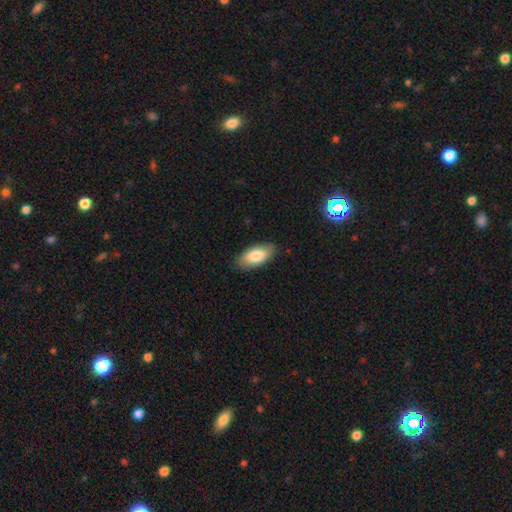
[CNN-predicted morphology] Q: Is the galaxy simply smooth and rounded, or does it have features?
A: smooth — 83%.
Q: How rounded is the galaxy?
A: in between — 91%.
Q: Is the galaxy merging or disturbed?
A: none — 86%.